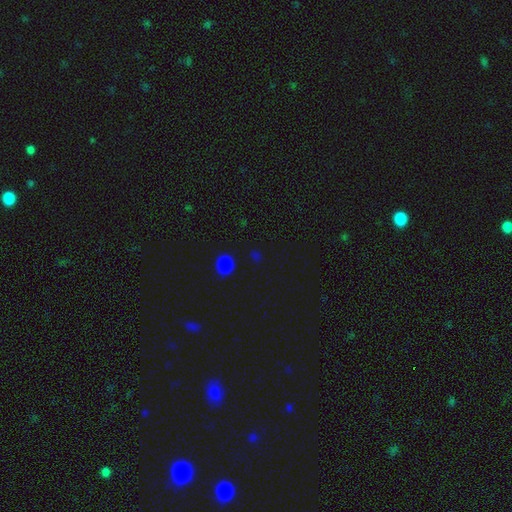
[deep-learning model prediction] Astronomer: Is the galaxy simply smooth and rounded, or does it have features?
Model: smooth — 72%.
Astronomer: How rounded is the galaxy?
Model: round — 74%.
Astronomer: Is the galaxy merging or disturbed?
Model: none — 89%.